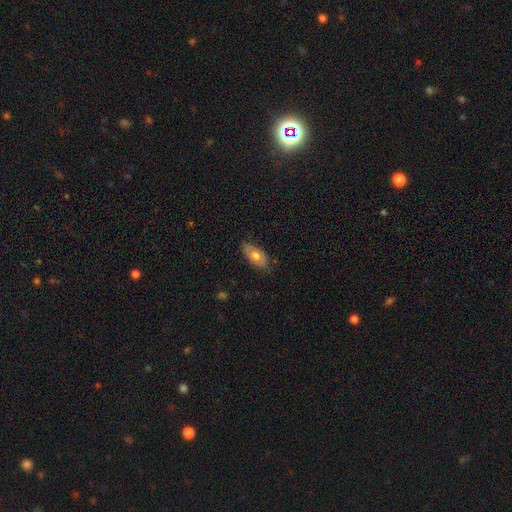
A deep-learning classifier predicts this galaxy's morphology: smooth-or-featured: smooth: 69% | featured or disk: 25% | star or artifact: 6%
  how-rounded: in between: 90% | cigar-shaped: 6% | round: 3%
  merging: none: 78% | minor disturbance: 18% | major disturbance: 3% | merger: 1%